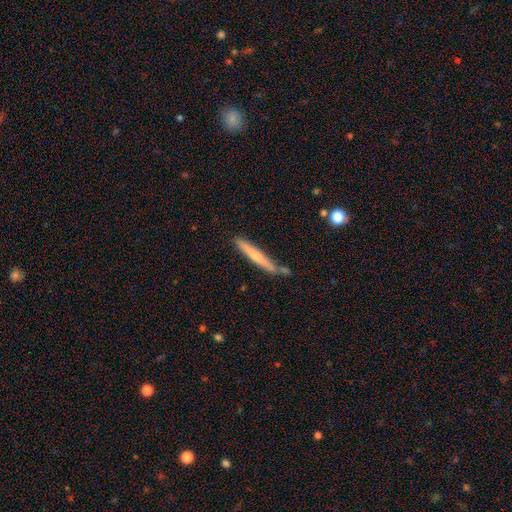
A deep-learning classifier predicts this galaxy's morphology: smooth 54%, featured or disk 40%, star or artifact 6%. Down the decision tree: how rounded — cigar-shaped (95%); merging — none (73%).